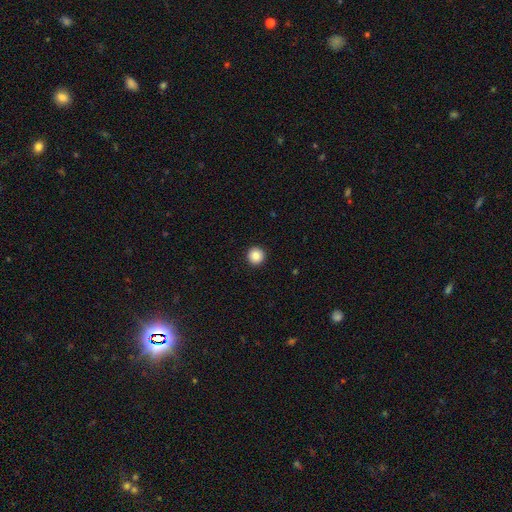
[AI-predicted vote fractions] Overall: smooth (86%). How rounded: round (96%). Merging: none (94%).